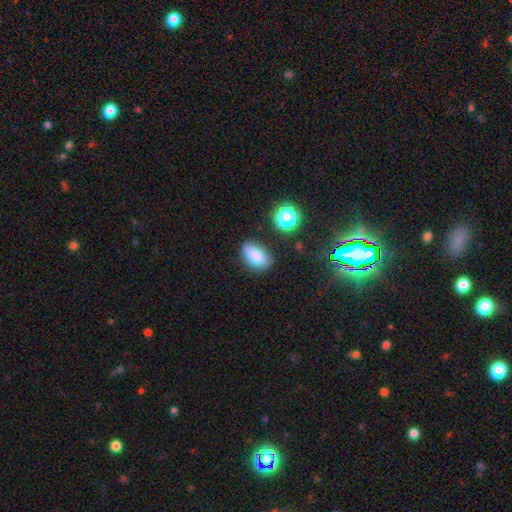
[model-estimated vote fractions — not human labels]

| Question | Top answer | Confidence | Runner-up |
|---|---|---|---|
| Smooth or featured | smooth | 78% | featured or disk (11%) |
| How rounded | in between | 85% | round (11%) |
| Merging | none | 72% | minor disturbance (20%) |